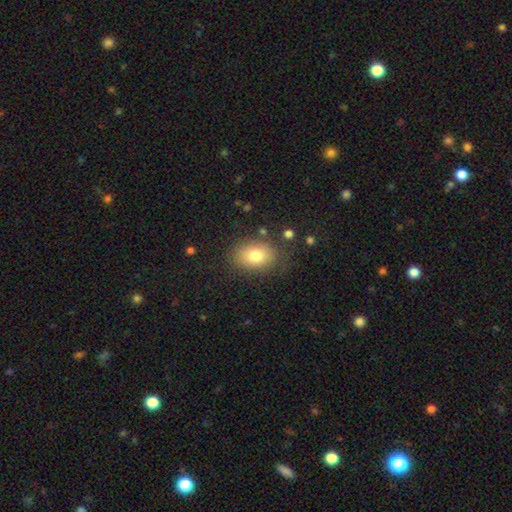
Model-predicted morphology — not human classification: This appears to be a smooth galaxy with no disk features (79%) that is in between round and cigar-shaped (77%). Merging: none (79%).